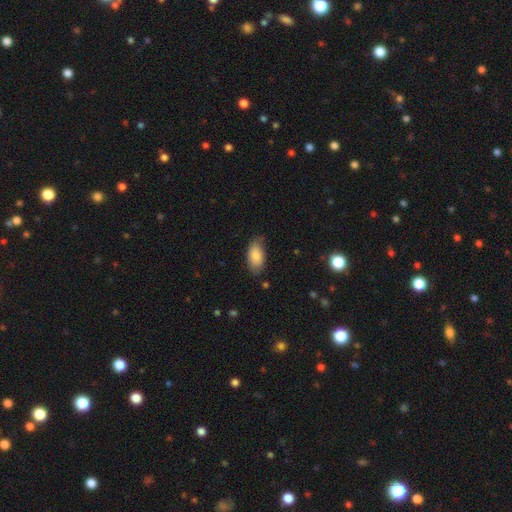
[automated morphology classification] Smooth or featured?
  - smooth: 84% *
  - featured or disk: 9%
  - star or artifact: 7%
How rounded?
  - in between: 93% *
  - cigar-shaped: 4%
  - round: 3%
Merging?
  - none: 70% *
  - minor disturbance: 24%
  - major disturbance: 5%
  - merger: 1%